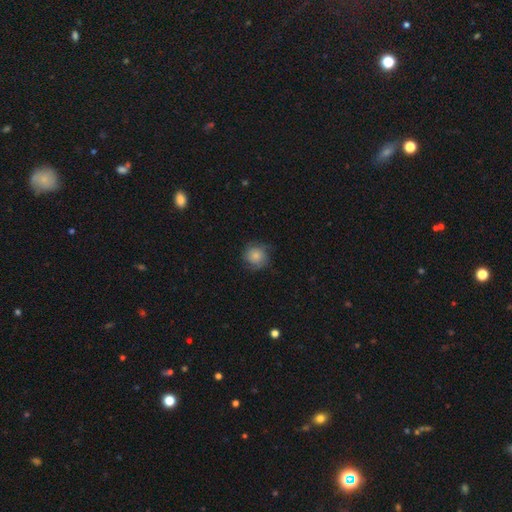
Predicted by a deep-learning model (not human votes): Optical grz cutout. It shows a smooth galaxy with no disk features (71%) that is round (90%). Merging: none (72%).